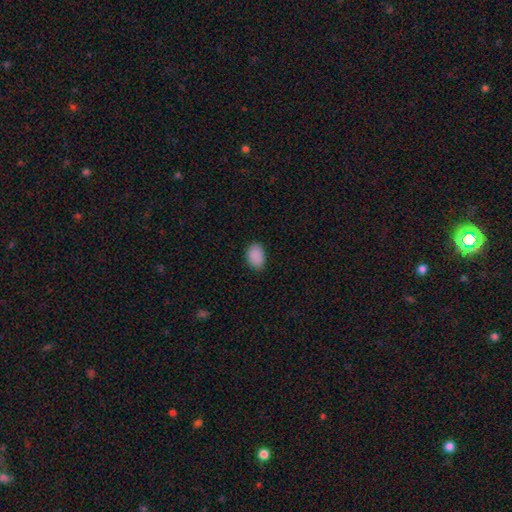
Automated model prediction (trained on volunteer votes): This is clearly a smooth galaxy (89%). How rounded: clearly in between (83%). Merging: clearly none (84%).